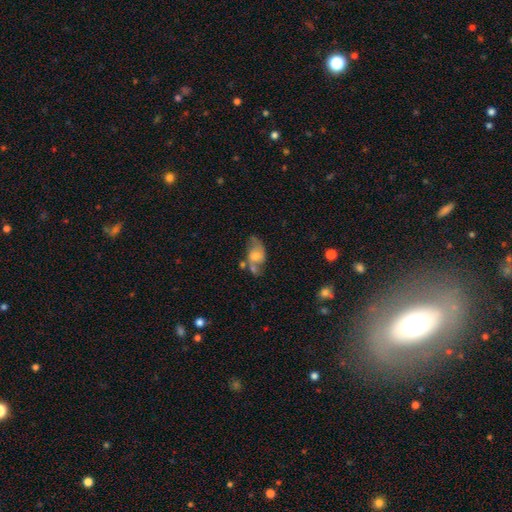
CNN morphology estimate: Smooth or featured? featured or disk (52%)
Edge-on disk? no (94%)
Merging? none (39%)